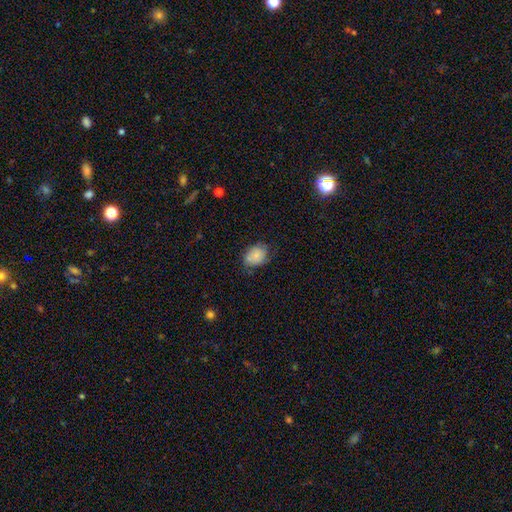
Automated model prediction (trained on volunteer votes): smooth_or_featured: smooth (p=0.81) [alt: featured or disk p=0.11]
how_rounded: in between (p=0.62) [alt: round p=0.37]
merging: none (p=0.60) [alt: minor disturbance p=0.29]